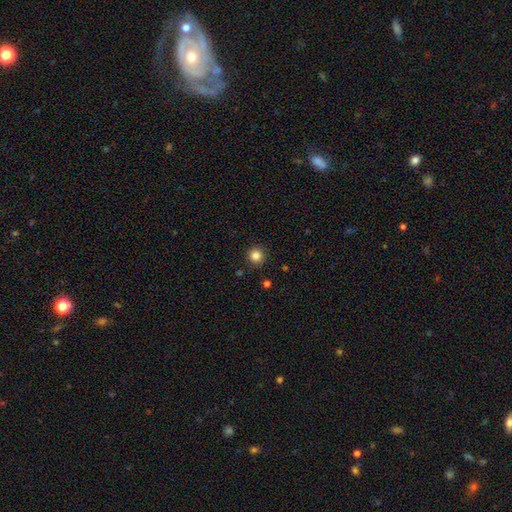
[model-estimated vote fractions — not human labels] Morphology: type=smooth (84%); roundness=round (95%); merging=none (91%).